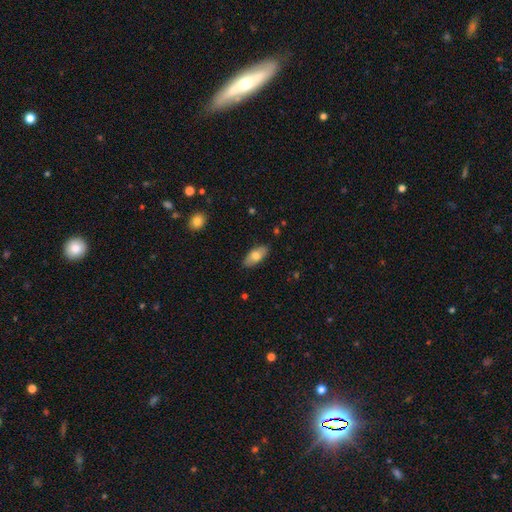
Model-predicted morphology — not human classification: Overall: smooth (71%). How rounded: in between (86%). Merging: none (85%).